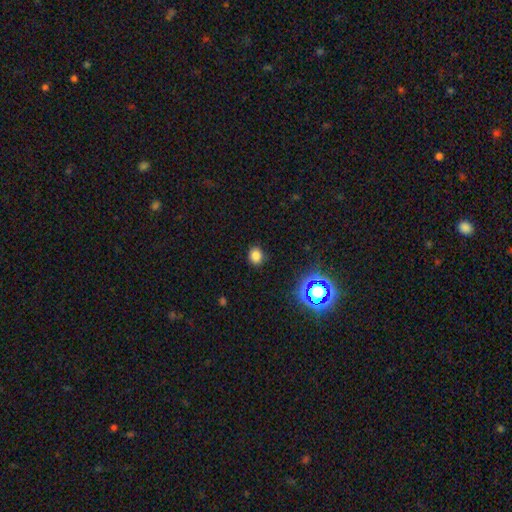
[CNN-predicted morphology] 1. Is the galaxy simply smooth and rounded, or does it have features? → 78% smooth, 17% star or artifact, 5% featured or disk.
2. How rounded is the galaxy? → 69% round, 30% in between, 1% cigar-shaped.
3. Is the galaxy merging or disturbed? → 86% none, 10% minor disturbance, 3% major disturbance, 1% merger.